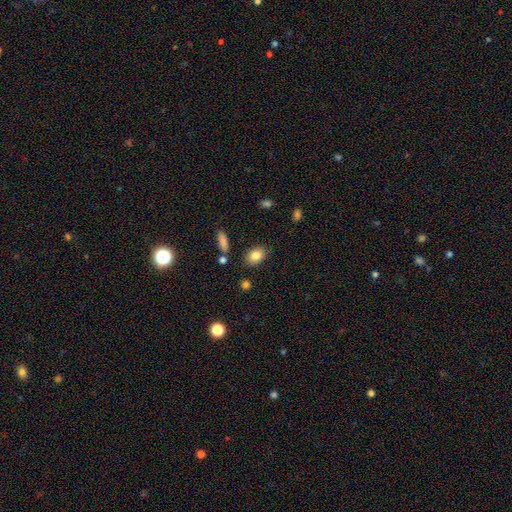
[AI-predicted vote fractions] Q: Smooth or featured?
A: smooth (83%); runner-up: featured or disk (8%)
Q: How rounded?
A: in between (79%); runner-up: round (19%)
Q: Merging?
A: none (84%); runner-up: minor disturbance (11%)